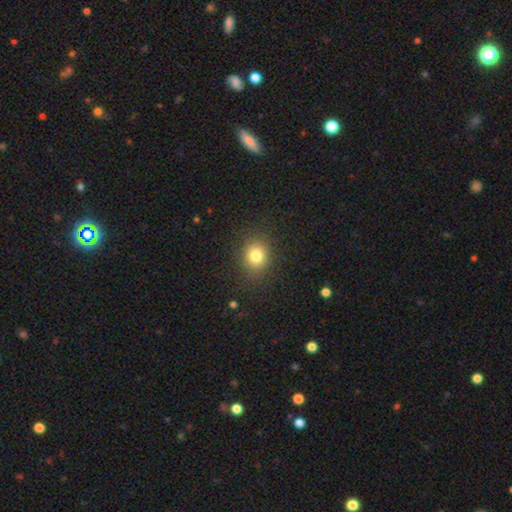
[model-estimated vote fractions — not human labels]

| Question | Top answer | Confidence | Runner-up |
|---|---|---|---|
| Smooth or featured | smooth | 80% | star or artifact (13%) |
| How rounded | round | 74% | in between (25%) |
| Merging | none | 86% | minor disturbance (9%) |